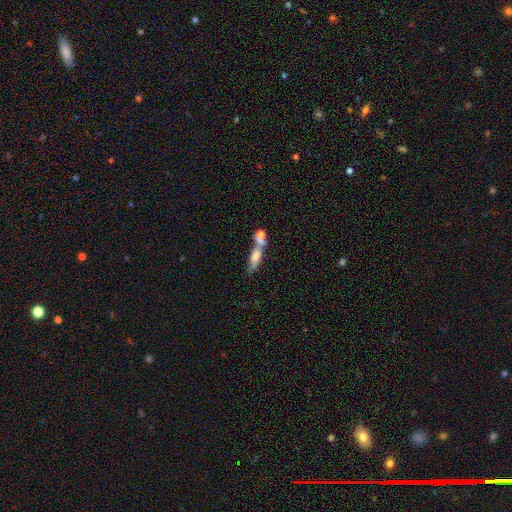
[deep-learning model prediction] Smooth or featured: smooth — 57% (featured or disk — 32%)
How rounded: cigar-shaped — 54% (in between — 40%)
Merging: none — 43% (merger — 35%)